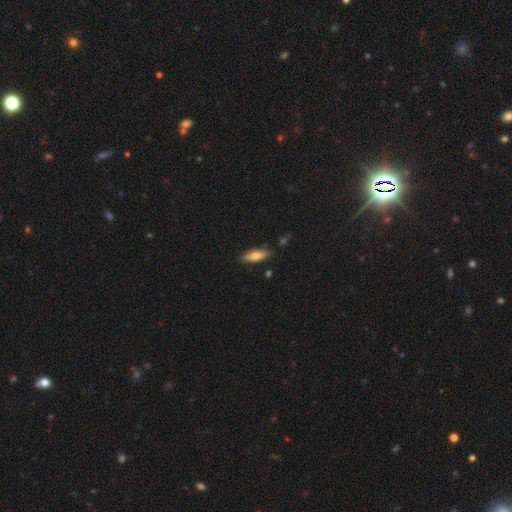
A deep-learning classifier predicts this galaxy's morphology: Smooth or featured? Predicted: smooth (p=0.71). How rounded? Predicted: in between (p=0.52). Merging? Predicted: none (p=0.84).